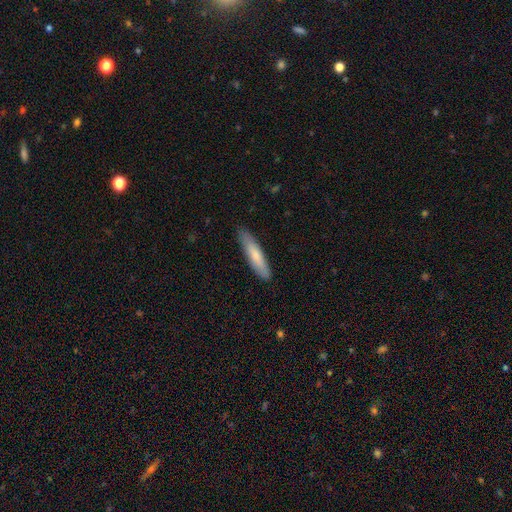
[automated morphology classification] A smooth galaxy with no disk features (73%) that is cigar-shaped (82%).

Vote fractions:
- Smooth or featured? smooth: 73% / featured or disk: 22% / star or artifact: 5%
- How rounded? cigar-shaped: 82% / in between: 17% / round: 1%
- Merging? none: 85% / minor disturbance: 12% / major disturbance: 2% / merger: 1%